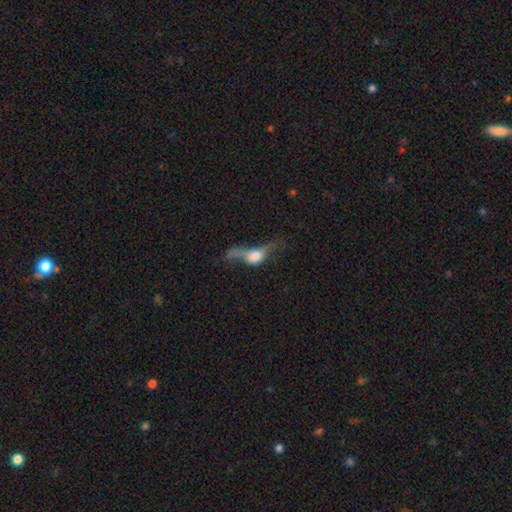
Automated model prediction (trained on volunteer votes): Q: Smooth or featured?
A: featured or disk (45%); runner-up: smooth (44%)
Q: Merging?
A: major disturbance (52%); runner-up: none (19%)